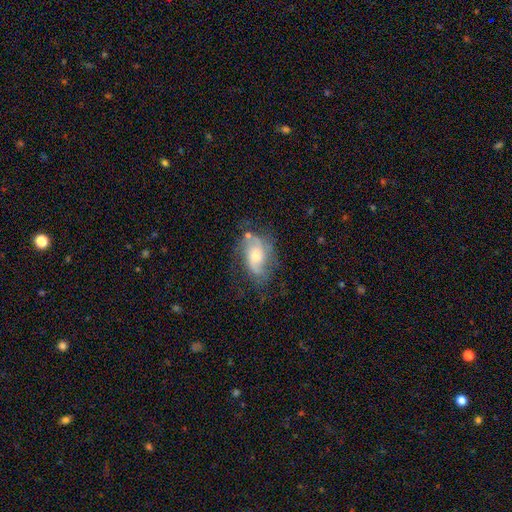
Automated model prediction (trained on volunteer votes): This appears to be a featured or disk galaxy (67%) with no bar (63%), 2 (68%) loose (41%, tied with medium) spiral arms (85%) and a moderate central bulge (50%). Merging: none (55%).